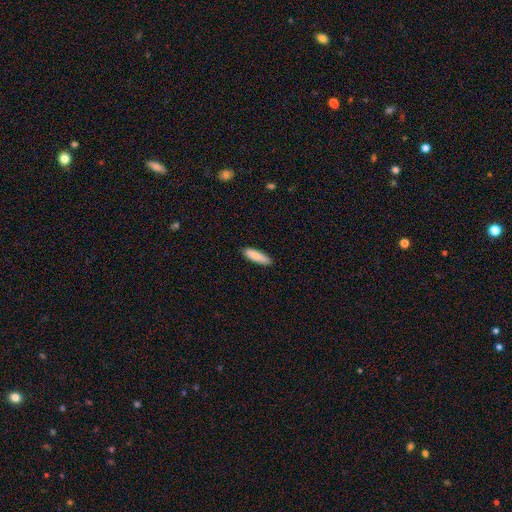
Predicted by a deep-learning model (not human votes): Q: Smooth or featured?
A: smooth (88%); runner-up: featured or disk (7%)
Q: How rounded?
A: cigar-shaped (64%); runner-up: in between (34%)
Q: Merging?
A: none (88%); runner-up: minor disturbance (10%)